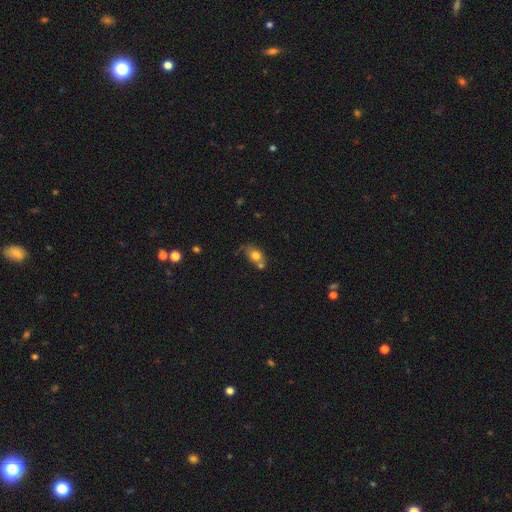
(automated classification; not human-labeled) Smooth or featured: smooth — 74% (featured or disk — 16%)
How rounded: in between — 68% (round — 29%)
Merging: none — 40% (merger — 31%)